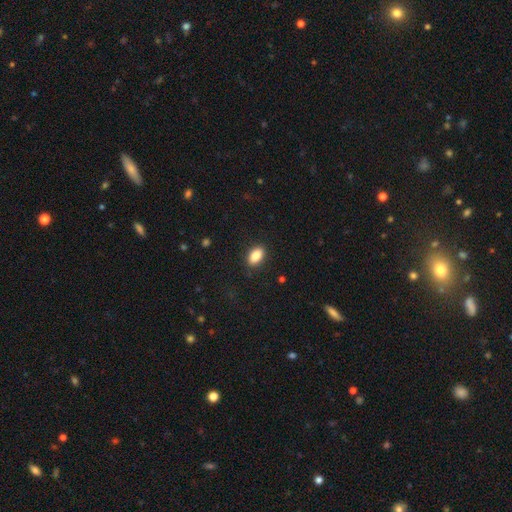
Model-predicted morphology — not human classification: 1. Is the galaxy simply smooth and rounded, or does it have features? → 86% smooth, 8% star or artifact, 6% featured or disk.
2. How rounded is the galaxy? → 90% in between, 7% round, 3% cigar-shaped.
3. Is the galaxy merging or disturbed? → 88% none, 9% minor disturbance, 2% major disturbance, 1% merger.